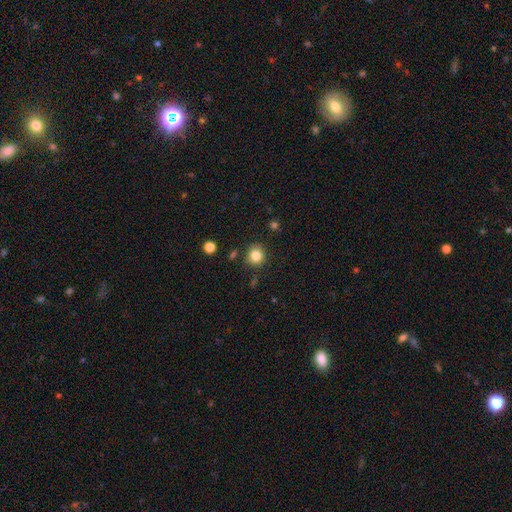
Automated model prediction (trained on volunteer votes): Smooth or featured? Predicted: smooth (p=0.83). How rounded? Predicted: round (p=0.87). Merging? Predicted: none (p=0.84).